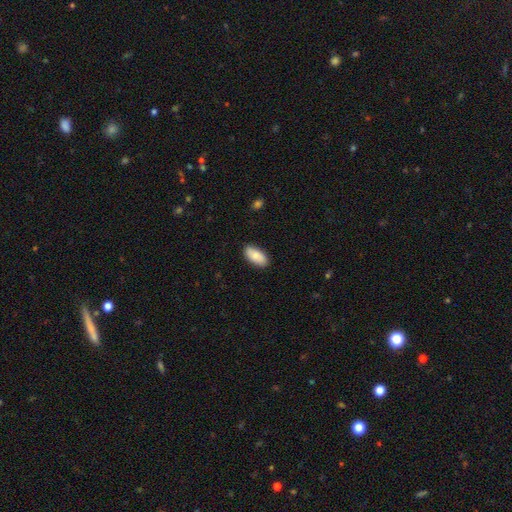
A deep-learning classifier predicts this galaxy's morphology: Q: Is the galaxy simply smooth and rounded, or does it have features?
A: smooth — 81%.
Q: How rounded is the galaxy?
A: in between — 92%.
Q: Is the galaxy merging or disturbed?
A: none — 86%.